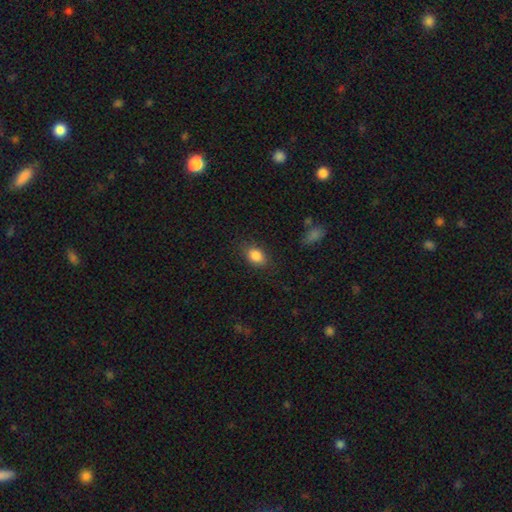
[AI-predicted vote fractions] Smooth or featured: smooth — 86% (star or artifact — 9%)
How rounded: in between — 74% (round — 24%)
Merging: none — 82% (minor disturbance — 13%)